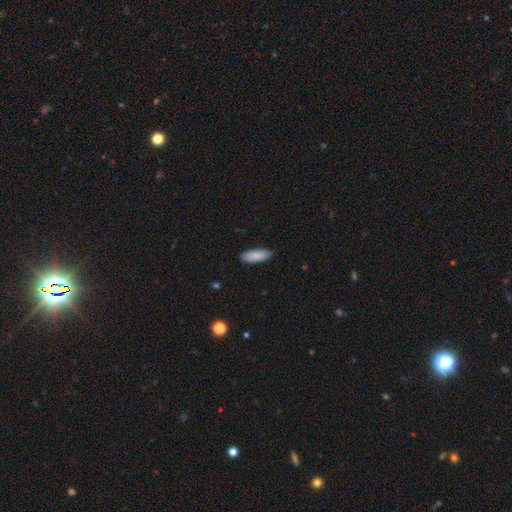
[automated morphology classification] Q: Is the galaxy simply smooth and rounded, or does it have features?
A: smooth — 87%.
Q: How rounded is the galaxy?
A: in between — 66%.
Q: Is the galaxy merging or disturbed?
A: none — 88%.